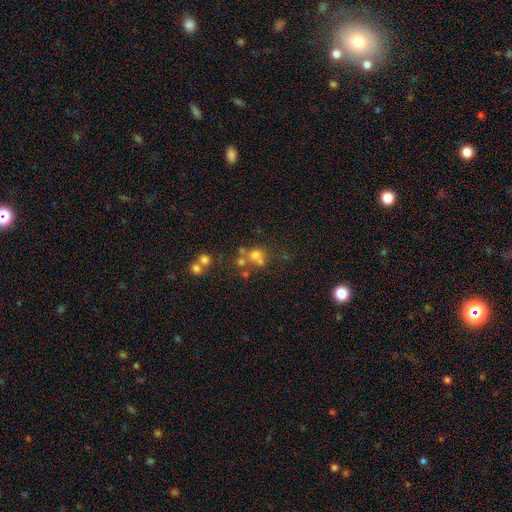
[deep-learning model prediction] The model was most divided on "merging": none: 43%, merger: 39%, minor disturbance: 10%, major disturbance: 8%. More confident: how rounded — round (77%); smooth or featured — smooth (57%).